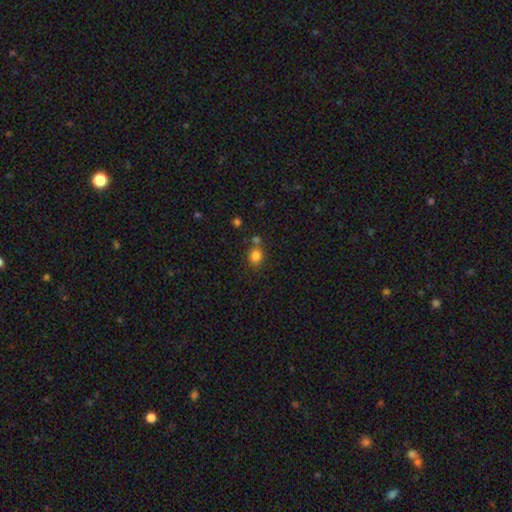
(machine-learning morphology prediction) smooth_or_featured: smooth (p=0.83) [alt: star or artifact p=0.12]
how_rounded: round (p=0.62) [alt: in between p=0.37]
merging: none (p=0.67) [alt: merger p=0.18]